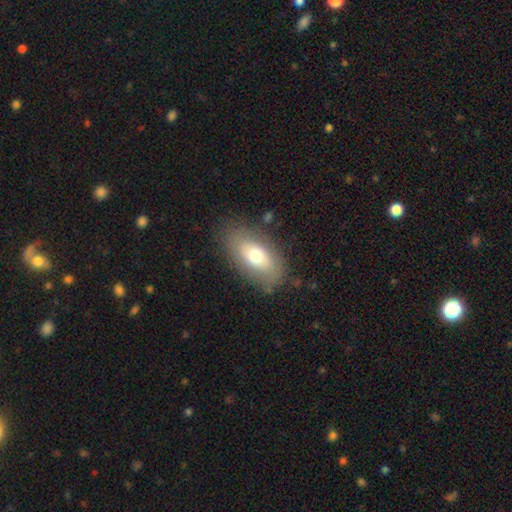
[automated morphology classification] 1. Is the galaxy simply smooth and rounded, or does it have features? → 63% smooth, 29% featured or disk, 8% star or artifact.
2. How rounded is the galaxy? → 90% in between, 6% round, 3% cigar-shaped.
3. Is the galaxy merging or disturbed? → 79% none, 14% minor disturbance, 5% major disturbance, 2% merger.